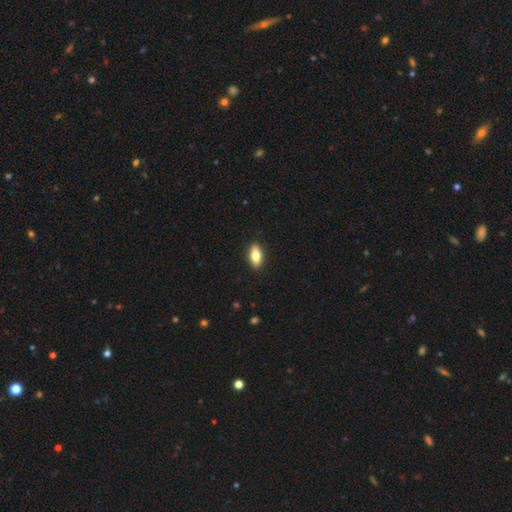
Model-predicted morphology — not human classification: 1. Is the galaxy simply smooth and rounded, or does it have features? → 74% smooth, 20% featured or disk, 7% star or artifact.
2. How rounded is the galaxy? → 84% in between, 12% cigar-shaped, 4% round.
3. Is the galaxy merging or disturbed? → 90% none, 7% minor disturbance, 2% major disturbance, 1% merger.